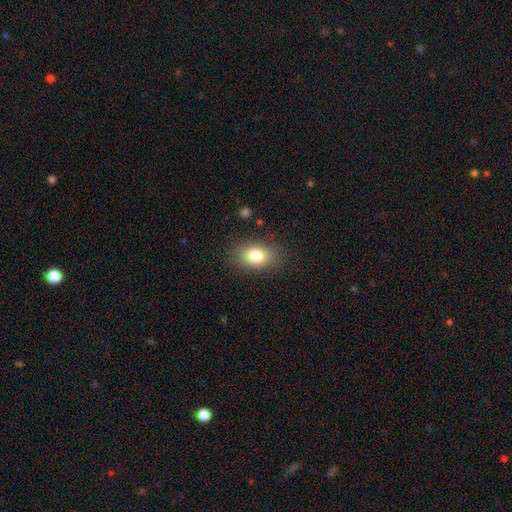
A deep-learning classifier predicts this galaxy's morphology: type=smooth (80%); roundness=in between (82%); merging=none (85%).